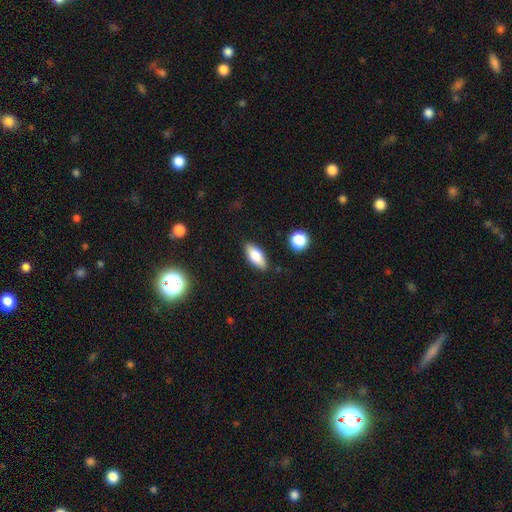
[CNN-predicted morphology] smooth 71%, featured or disk 21%, star or artifact 7%. Down the decision tree: how rounded — in between (77%); merging — none (85%).